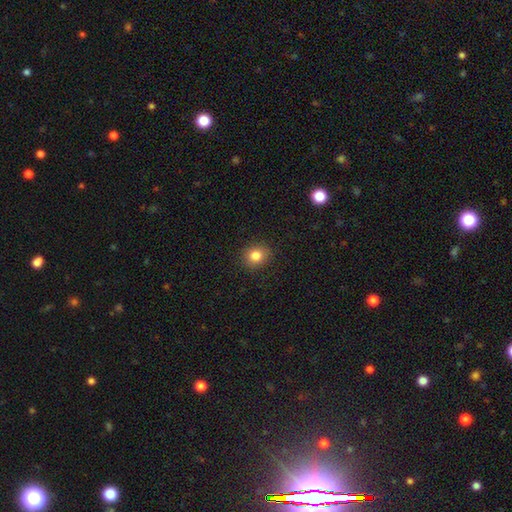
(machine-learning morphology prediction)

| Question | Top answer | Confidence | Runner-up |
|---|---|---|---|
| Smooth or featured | smooth | 83% | star or artifact (11%) |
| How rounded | round | 76% | in between (23%) |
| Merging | none | 89% | minor disturbance (8%) |